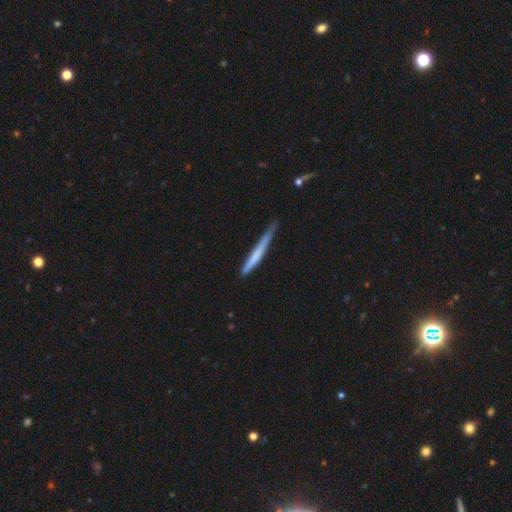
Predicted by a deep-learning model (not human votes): Q: Smooth or featured?
A: smooth (63%); runner-up: featured or disk (31%)
Q: How rounded?
A: cigar-shaped (97%); runner-up: in between (2%)
Q: Merging?
A: none (65%); runner-up: minor disturbance (28%)